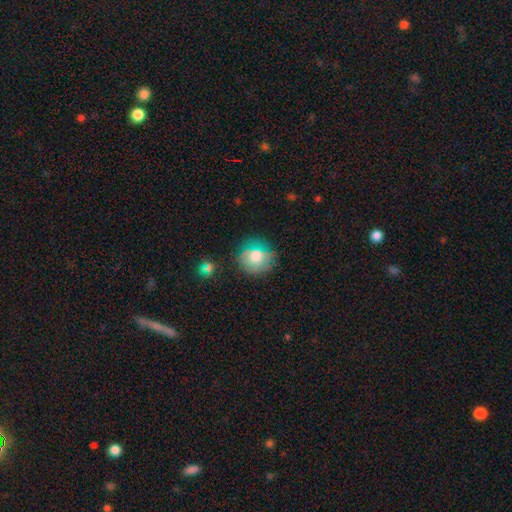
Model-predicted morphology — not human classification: A smooth galaxy with no disk features (76%) that is round (86%). Merging: none (72%).